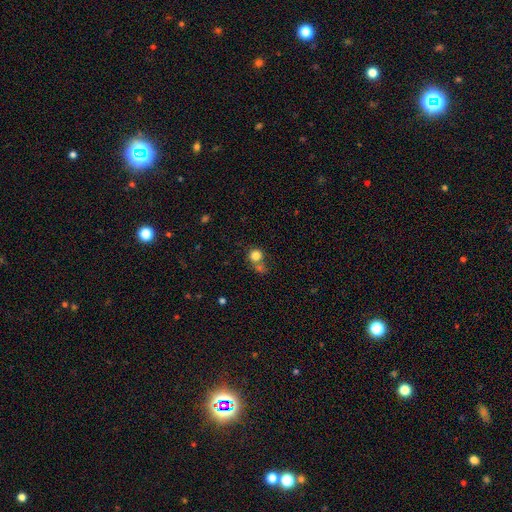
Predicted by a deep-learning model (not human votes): A smooth galaxy with no disk features (81%) that is round (89%). Merging: none (53%).